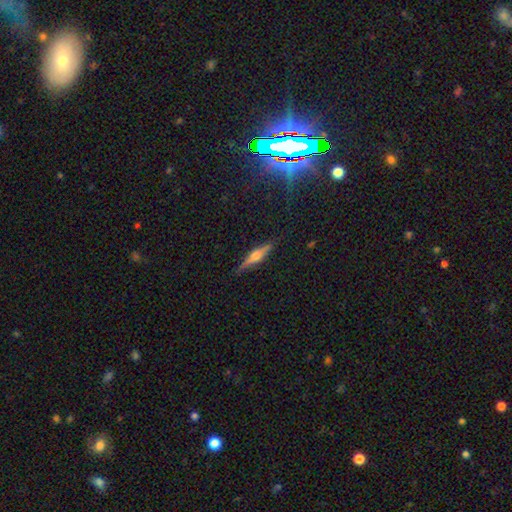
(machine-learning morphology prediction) Smooth or featured? Predicted: featured or disk (p=0.66). Edge-on disk? Predicted: yes (p=0.97). Edge-on bulge? Predicted: rounded (p=0.90). Merging? Predicted: none (p=0.87).